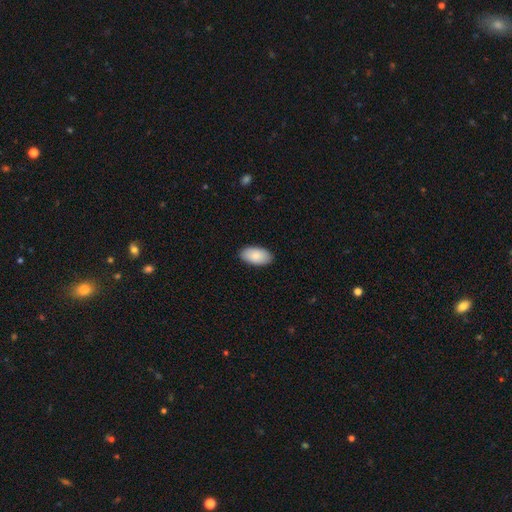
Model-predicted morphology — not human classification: Smooth or featured?
  - smooth: 88% *
  - featured or disk: 7%
  - star or artifact: 6%
How rounded?
  - in between: 96% *
  - round: 2%
  - cigar-shaped: 2%
Merging?
  - none: 89% *
  - minor disturbance: 8%
  - major disturbance: 2%
  - merger: 1%